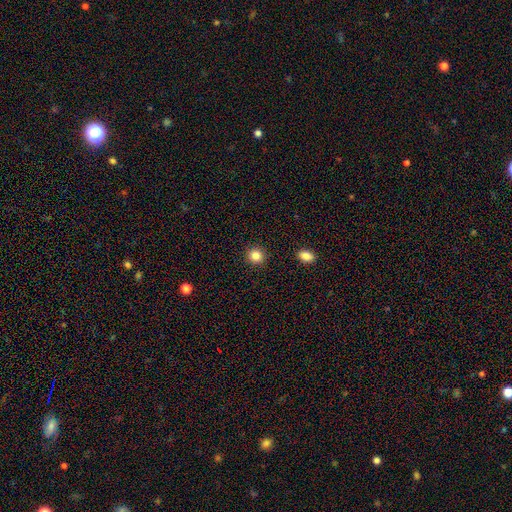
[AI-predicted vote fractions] Smooth or featured?
  - smooth: 85% *
  - star or artifact: 11%
  - featured or disk: 4%
How rounded?
  - round: 87% *
  - in between: 12%
  - cigar-shaped: 1%
Merging?
  - none: 92% *
  - minor disturbance: 5%
  - major disturbance: 2%
  - merger: 1%